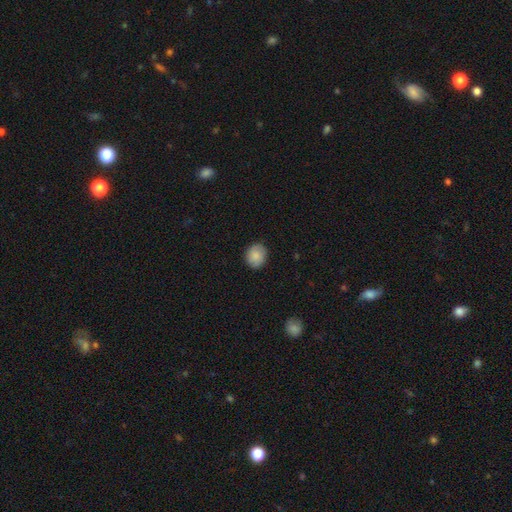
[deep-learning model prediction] This appears to be a smooth galaxy with no disk features (86%) that is round (72%). Merging: none (86%).